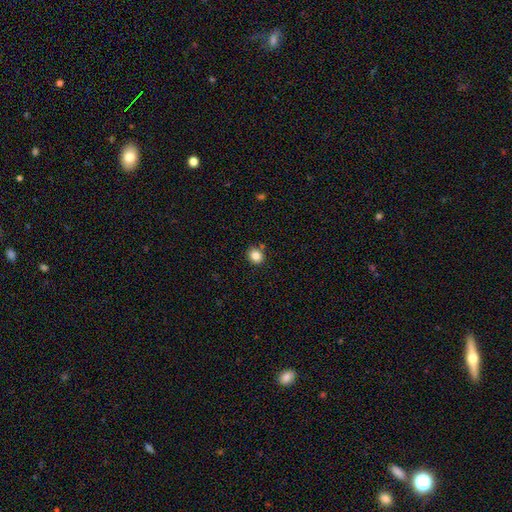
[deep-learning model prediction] Smooth or featured? smooth (85%)
How rounded? round (73%)
Merging? none (82%)